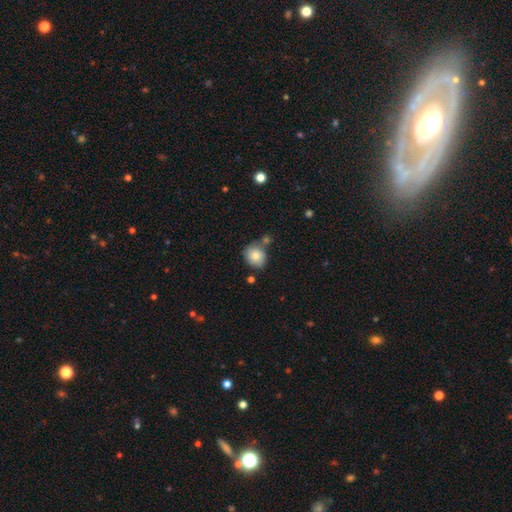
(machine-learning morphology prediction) Smooth or featured: smooth — 82% (featured or disk — 10%)
How rounded: round — 77% (in between — 22%)
Merging: none — 60% (merger — 18%)